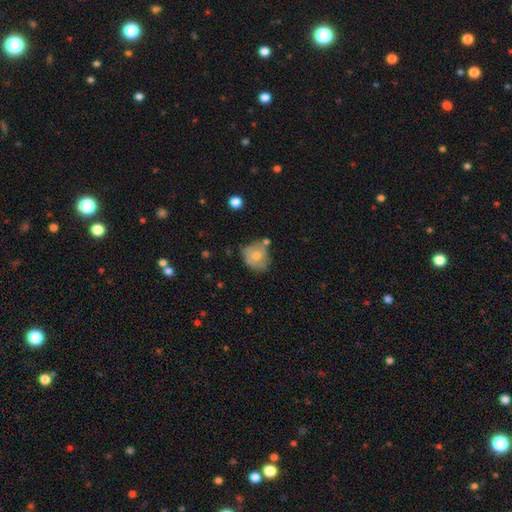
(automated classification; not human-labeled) Smooth or featured?
  - smooth: 58% *
  - featured or disk: 34%
  - star or artifact: 8%
How rounded?
  - round: 72% *
  - in between: 27%
  - cigar-shaped: 1%
Merging?
  - none: 50% *
  - minor disturbance: 28%
  - merger: 12%
  - major disturbance: 9%